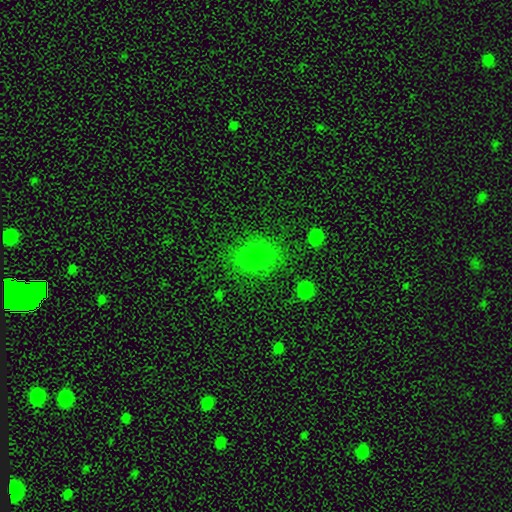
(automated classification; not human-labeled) A smooth galaxy with no disk features (78%) that is in between round and cigar-shaped (56%).

Vote fractions:
- Smooth or featured? smooth: 78% / star or artifact: 14% / featured or disk: 8%
- How rounded? in between: 56% / round: 42% / cigar-shaped: 1%
- Merging? none: 78% / minor disturbance: 13% / major disturbance: 5% / merger: 3%